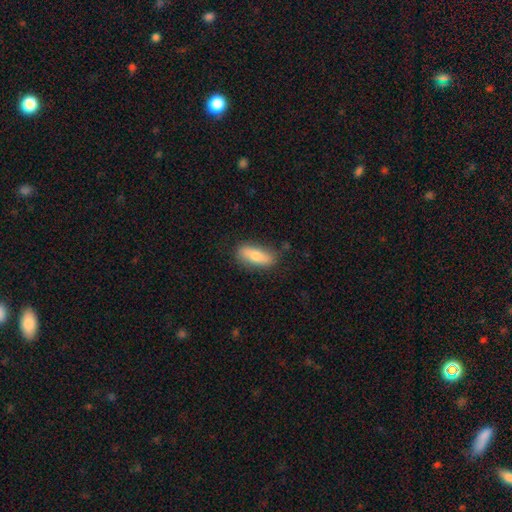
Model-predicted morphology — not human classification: A smooth galaxy with no disk features (69%) that is in between round and cigar-shaped (64%).

Vote fractions:
- Smooth or featured? smooth: 69% / featured or disk: 25% / star or artifact: 6%
- How rounded? in between: 64% / cigar-shaped: 33% / round: 3%
- Merging? none: 80% / minor disturbance: 15% / major disturbance: 3% / merger: 2%